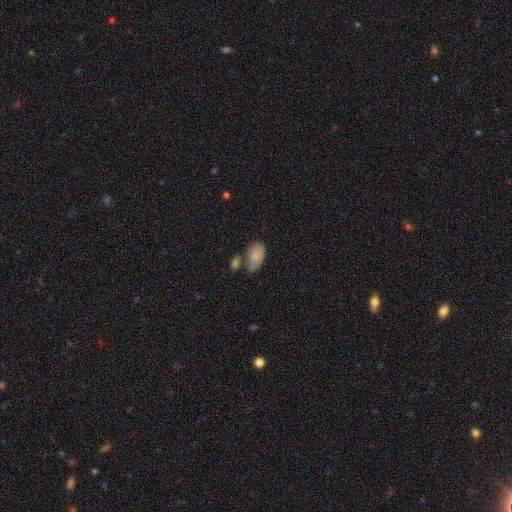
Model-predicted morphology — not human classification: Overall: smooth (82%). How rounded: in between (92%). Merging: none (41%; minor disturbance 26%).